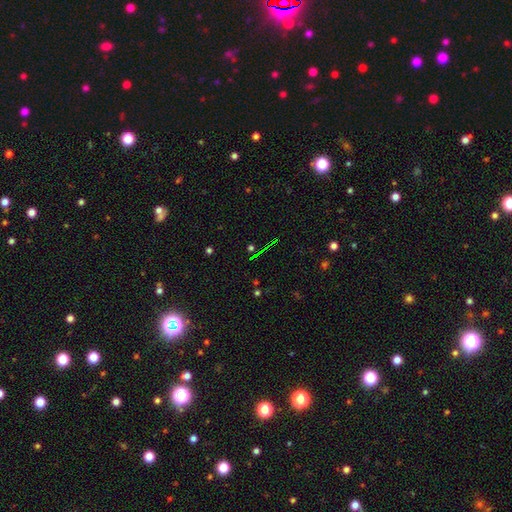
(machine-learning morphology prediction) star or artifact 69%, smooth 18%, featured or disk 13%.